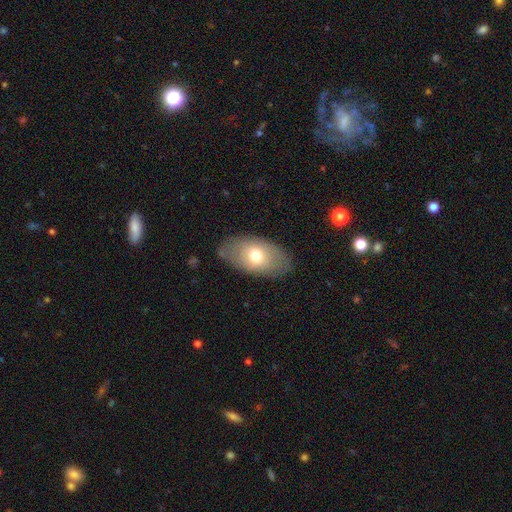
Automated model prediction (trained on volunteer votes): Morphology: type=smooth (67%); roundness=in between (92%); merging=none (80%).